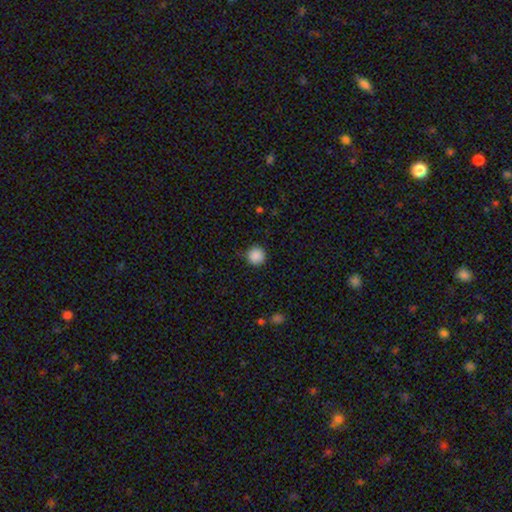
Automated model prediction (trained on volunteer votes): Smooth or featured?
  - smooth: 88% *
  - star or artifact: 9%
  - featured or disk: 3%
How rounded?
  - round: 95% *
  - in between: 4%
  - cigar-shaped: 1%
Merging?
  - none: 85% *
  - minor disturbance: 11%
  - major disturbance: 3%
  - merger: 1%